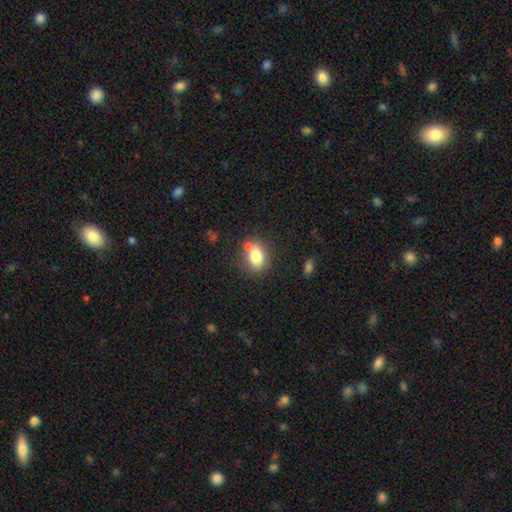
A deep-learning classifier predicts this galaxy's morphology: A smooth galaxy with no disk features (79%) that is in between round and cigar-shaped (70%).

Vote fractions:
- Smooth or featured? smooth: 79% / featured or disk: 11% / star or artifact: 9%
- How rounded? in between: 70% / round: 28% / cigar-shaped: 2%
- Merging? none: 68% / minor disturbance: 15% / merger: 13% / major disturbance: 5%